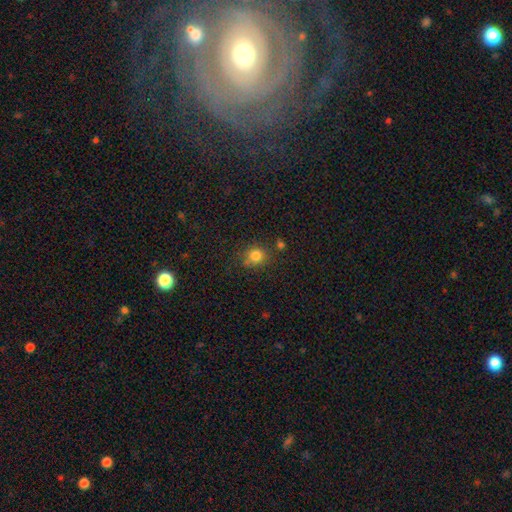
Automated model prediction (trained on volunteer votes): Smooth or featured? Predicted: smooth (p=0.81). How rounded? Predicted: round (p=0.82). Merging? Predicted: none (p=0.73).